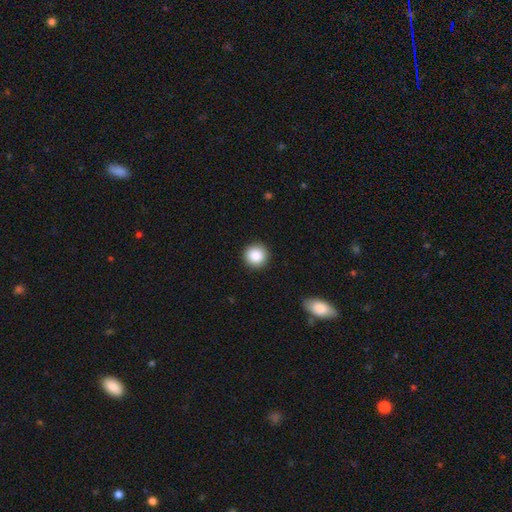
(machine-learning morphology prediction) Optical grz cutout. It shows a smooth galaxy with no disk features (86%) that is round (95%). Merging: none (92%).